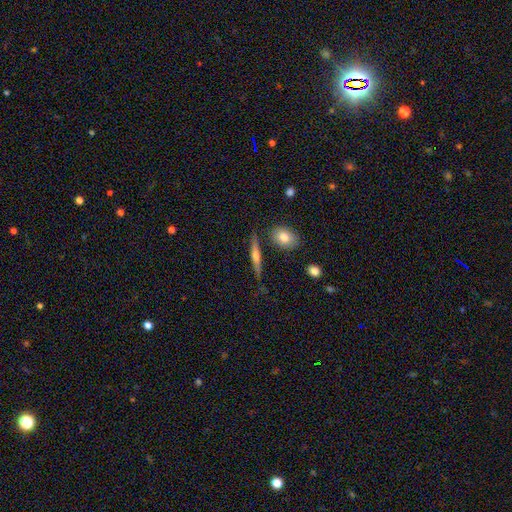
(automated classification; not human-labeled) Smooth or featured? Predicted: featured or disk (p=0.50). Merging? Predicted: none (p=0.80).